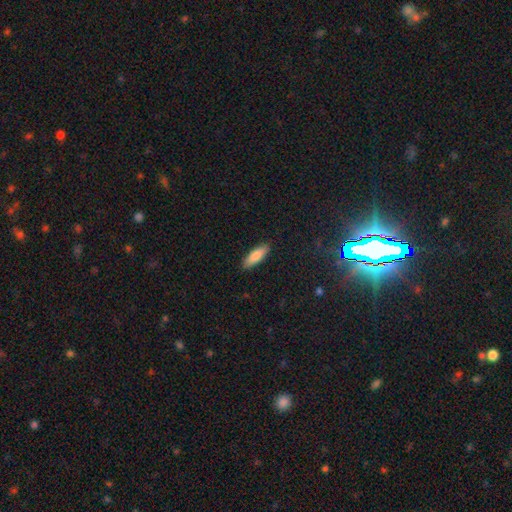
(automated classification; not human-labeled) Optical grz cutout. It shows a smooth galaxy with no disk features (83%) that is in between round and cigar-shaped (54%). Merging: none (89%).